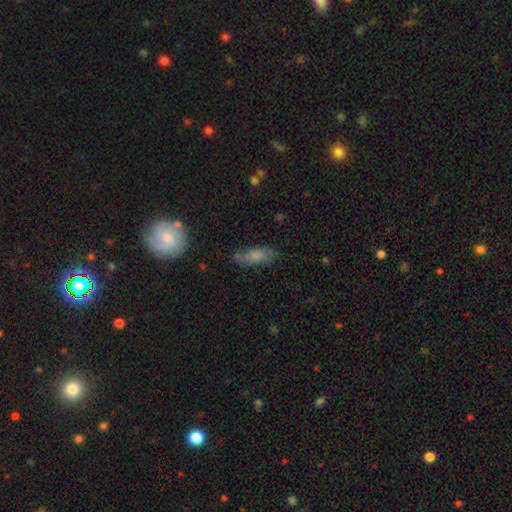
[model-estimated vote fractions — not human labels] smooth_or_featured: smooth (p=0.70) [alt: featured or disk p=0.22]
how_rounded: in between (p=0.66) [alt: cigar-shaped p=0.31]
merging: none (p=0.66) [alt: minor disturbance p=0.25]